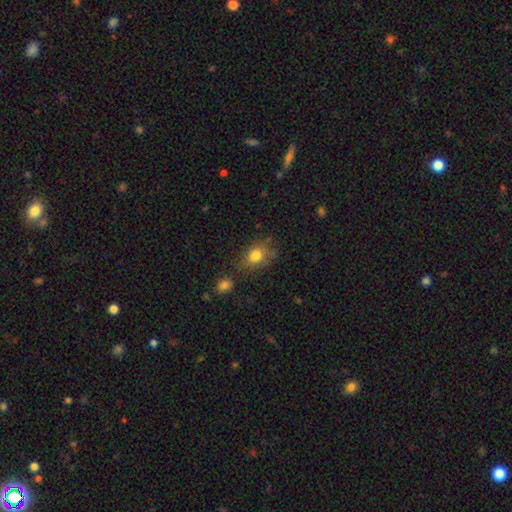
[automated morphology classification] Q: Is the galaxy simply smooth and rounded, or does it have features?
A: smooth — 79%.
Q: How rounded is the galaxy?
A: in between — 64%.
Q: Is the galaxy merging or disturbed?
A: none — 60%.